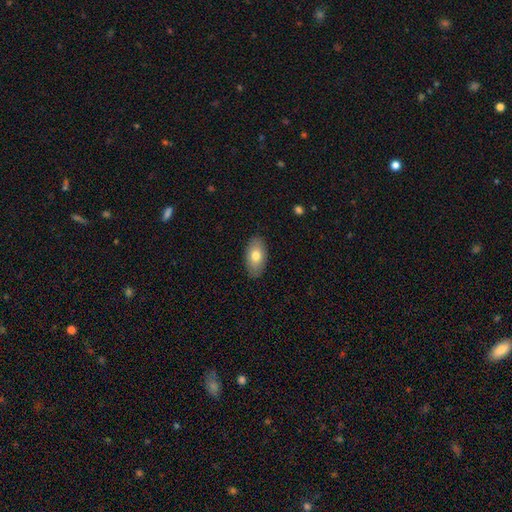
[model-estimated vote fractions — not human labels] Smooth or featured?
  - smooth: 75% *
  - featured or disk: 18%
  - star or artifact: 7%
How rounded?
  - in between: 94% *
  - round: 4%
  - cigar-shaped: 2%
Merging?
  - none: 87% *
  - minor disturbance: 10%
  - major disturbance: 2%
  - merger: 1%